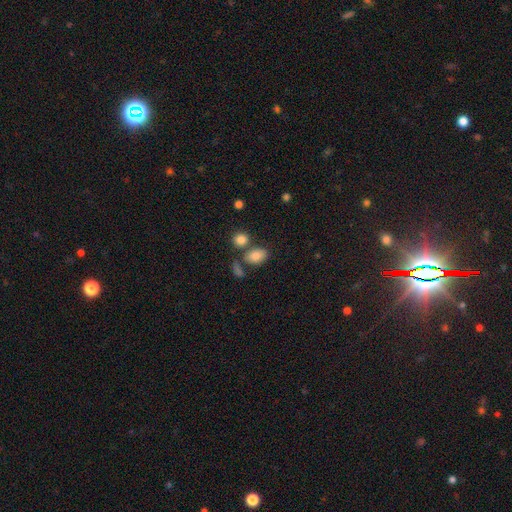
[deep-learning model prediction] Morphology: type=smooth (80%); roundness=in between (82%); merging=none (63%).